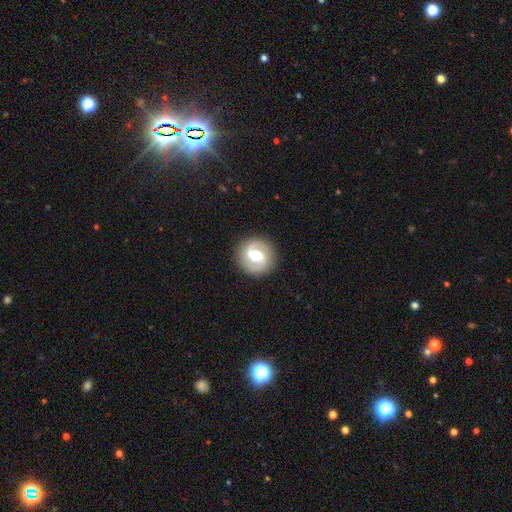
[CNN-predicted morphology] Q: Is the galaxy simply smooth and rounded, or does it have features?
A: featured or disk — 77%.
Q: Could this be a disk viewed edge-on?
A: no — 98%.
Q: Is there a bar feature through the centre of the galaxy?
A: weak — 48%.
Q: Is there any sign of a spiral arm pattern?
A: yes — 88%.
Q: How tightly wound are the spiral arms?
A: medium — 48%.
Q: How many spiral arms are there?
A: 2 — 90%.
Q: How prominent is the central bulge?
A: moderate — 66%.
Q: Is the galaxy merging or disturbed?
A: none — 88%.